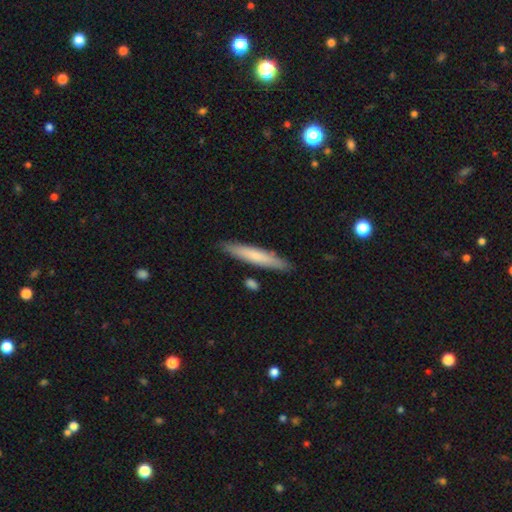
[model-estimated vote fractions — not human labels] smooth-or-featured: smooth: 68% | featured or disk: 27% | star or artifact: 5%
  how-rounded: cigar-shaped: 93% | in between: 6% | round: 1%
  merging: none: 88% | minor disturbance: 8% | merger: 2% | major disturbance: 2%